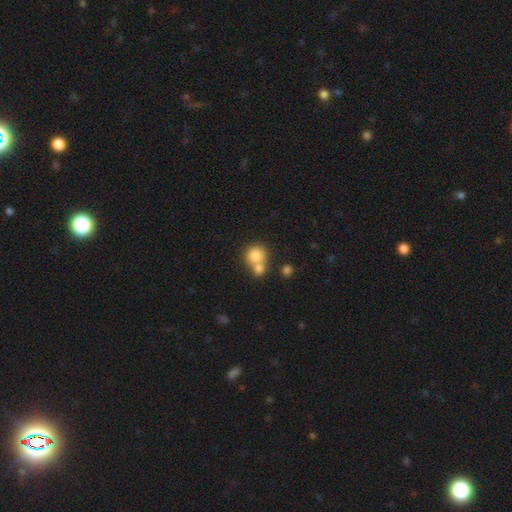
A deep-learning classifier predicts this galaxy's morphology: smooth-or-featured: smooth: 80% | featured or disk: 11% | star or artifact: 10%
  how-rounded: round: 85% | in between: 14% | cigar-shaped: 1%
  merging: merger: 51% | none: 39% | minor disturbance: 7% | major disturbance: 3%